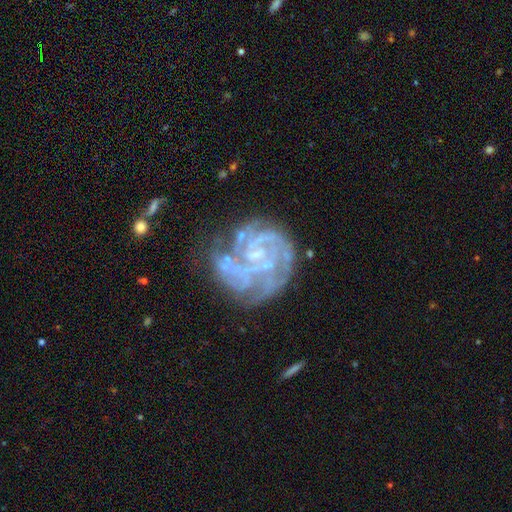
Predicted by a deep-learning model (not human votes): This appears to be a featured or disk galaxy (83%) with no bar (58%), tight (65%) spiral arms (89%) and a small central bulge (62%). Merging: none (58%).